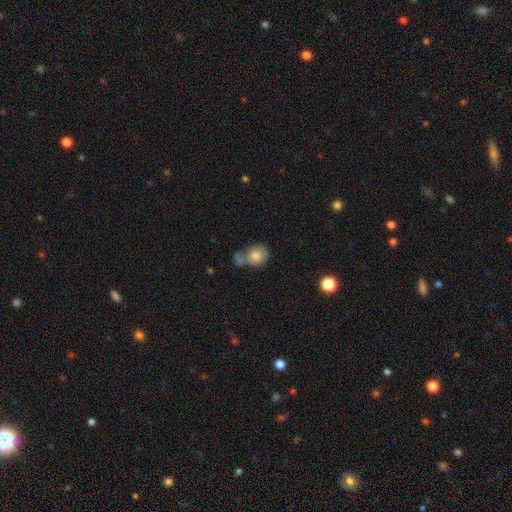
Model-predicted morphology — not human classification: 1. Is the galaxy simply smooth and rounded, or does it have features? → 78% smooth, 14% featured or disk, 8% star or artifact.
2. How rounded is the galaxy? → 59% round, 39% in between, 1% cigar-shaped.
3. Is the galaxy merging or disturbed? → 38% merger, 34% none, 17% minor disturbance, 10% major disturbance.